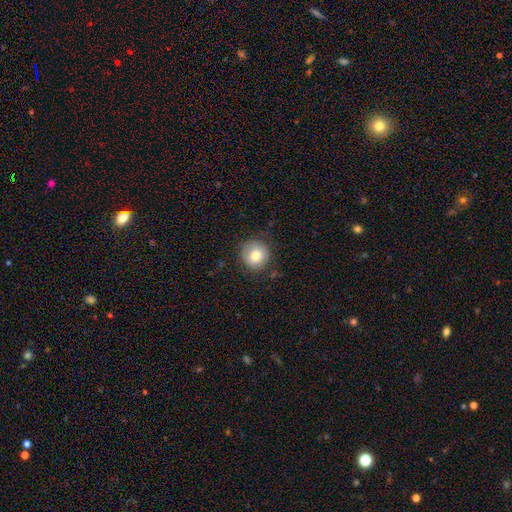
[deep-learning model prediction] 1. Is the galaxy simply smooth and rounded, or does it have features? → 78% smooth, 12% featured or disk, 10% star or artifact.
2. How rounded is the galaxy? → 93% round, 6% in between, 1% cigar-shaped.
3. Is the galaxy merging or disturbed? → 82% none, 13% minor disturbance, 4% major disturbance, 1% merger.